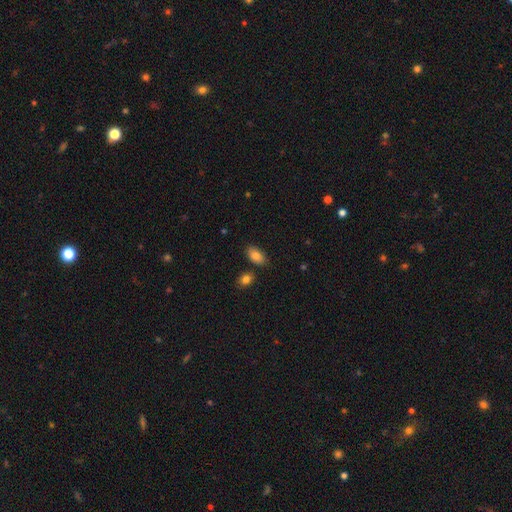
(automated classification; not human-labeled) smooth-or-featured: smooth: 84% | featured or disk: 8% | star or artifact: 8%
  how-rounded: in between: 92% | round: 5% | cigar-shaped: 3%
  merging: none: 81% | minor disturbance: 12% | merger: 5% | major disturbance: 3%